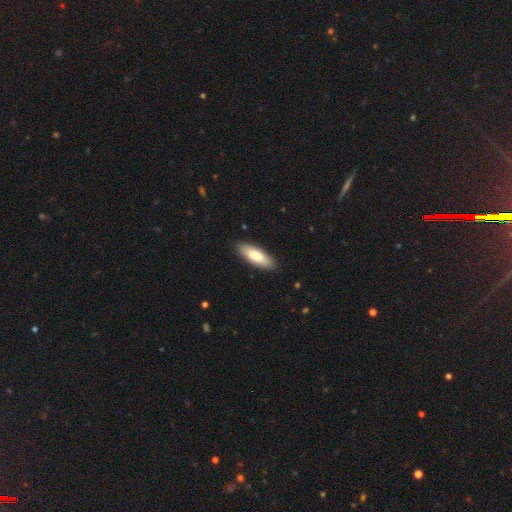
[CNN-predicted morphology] Smooth or featured? Predicted: smooth (p=0.78). How rounded? Predicted: in between (p=0.62). Merging? Predicted: none (p=0.88).